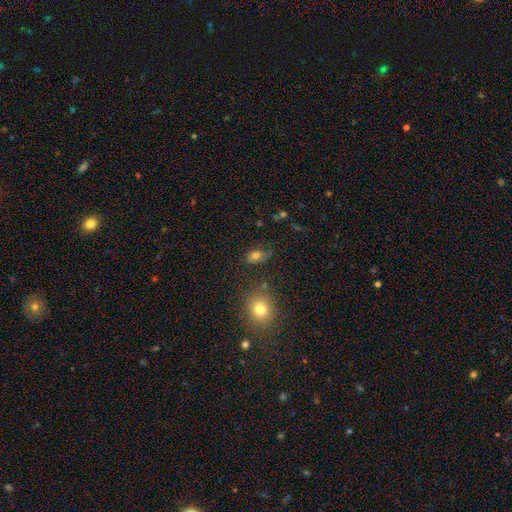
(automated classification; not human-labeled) smooth 74%, featured or disk 13%, star or artifact 13%. Down the decision tree: how rounded — in between (78%); merging — none (62%).